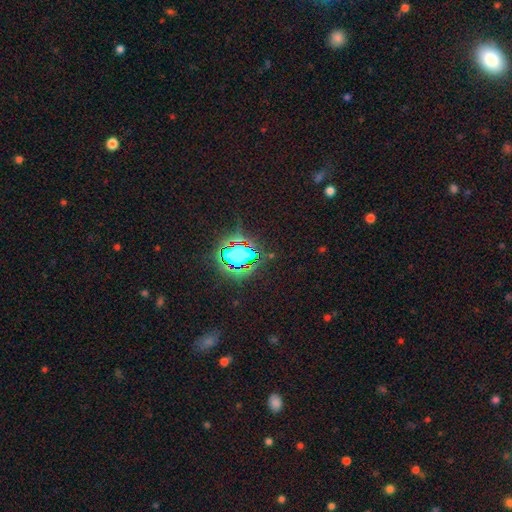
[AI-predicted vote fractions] smooth_or_featured: star or artifact (p=0.79) [alt: smooth p=0.13]